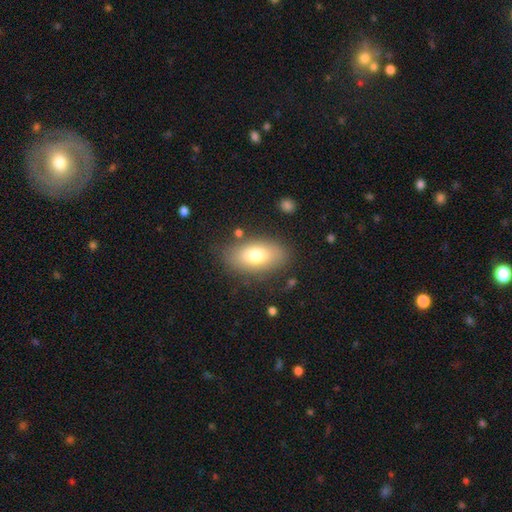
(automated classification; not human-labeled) This appears to be a smooth galaxy with no disk features (75%) that is in between round and cigar-shaped (91%). Merging: none (80%).